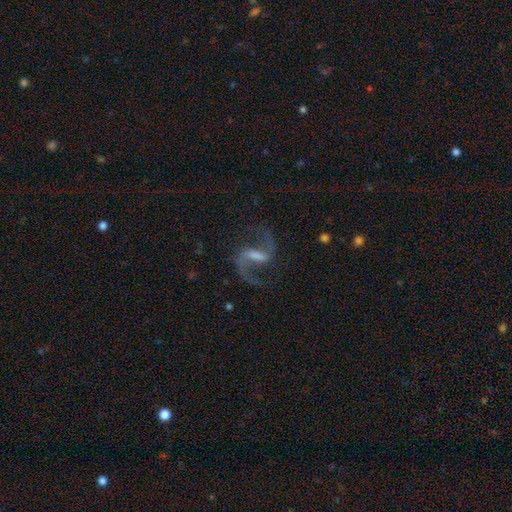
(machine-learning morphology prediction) A featured or disk galaxy (90%) with a strong bar (45%), 2 (94%) loose (57%) spiral arms (98%) and no central bulge (38%).

Vote fractions:
- Smooth or featured? featured or disk: 90% / star or artifact: 6% / smooth: 4%
- Edge-on disk? no: 98% / yes: 2%
- Bar? strong: 45% / weak: 43% / no: 11%
- Spiral arms? yes: 98% / no: 2%
- Spiral winding? loose: 57% / medium: 38% / tight: 5%
- Spiral arm count? 2: 94% / 1: 2% / can't tell: 1% / 3: 1% / 4: 1% / more than 4: 1%
- Bulge size? none: 38% / small: 29% / moderate: 25% / large: 7% / dominant: 1%
- Merging? none: 79% / minor disturbance: 11% / major disturbance: 8% / merger: 2%